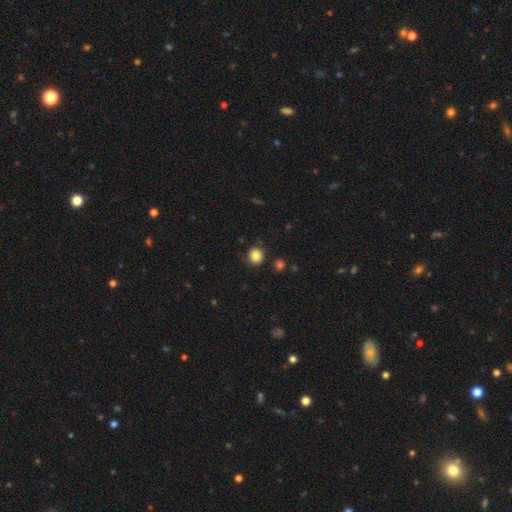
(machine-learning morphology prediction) A smooth galaxy with no disk features (84%) that is round (88%).

Vote fractions:
- Smooth or featured? smooth: 84% / star or artifact: 10% / featured or disk: 5%
- How rounded? round: 88% / in between: 11% / cigar-shaped: 1%
- Merging? none: 86% / minor disturbance: 9% / major disturbance: 2% / merger: 2%